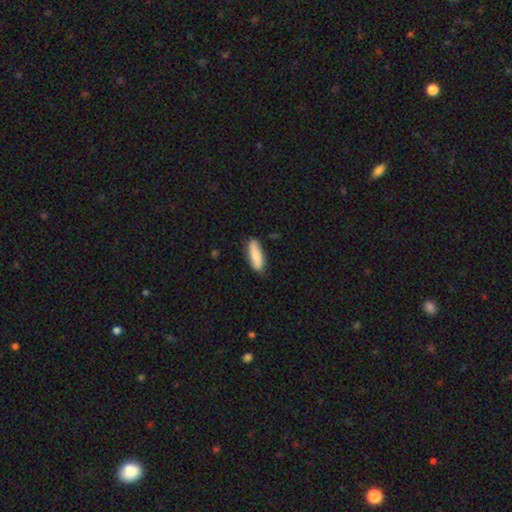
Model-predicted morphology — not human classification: A smooth galaxy with no disk features (82%) that is cigar-shaped (51%).

Vote fractions:
- Smooth or featured? smooth: 82% / featured or disk: 13% / star or artifact: 6%
- How rounded? cigar-shaped: 51% / in between: 47% / round: 2%
- Merging? none: 82% / minor disturbance: 14% / major disturbance: 2% / merger: 1%